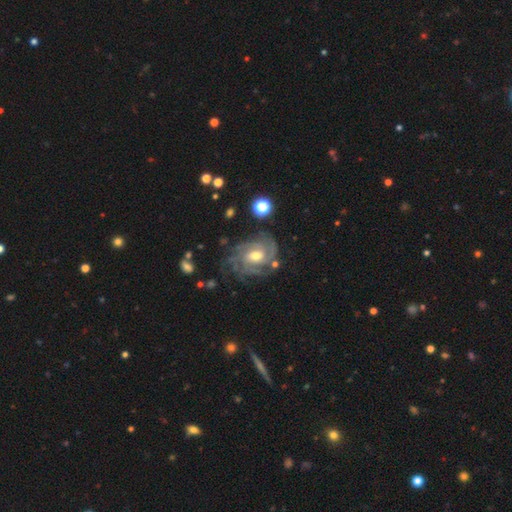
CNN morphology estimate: featured or disk 85%, smooth 8%, star or artifact 7%. Down the decision tree: edge-on disk — no (97%); bar — no (48%); spiral arms — yes (95%); spiral arm count — can't tell (35%); spiral winding — tight (61%); bulge size — moderate (66%); merging — none (67%).